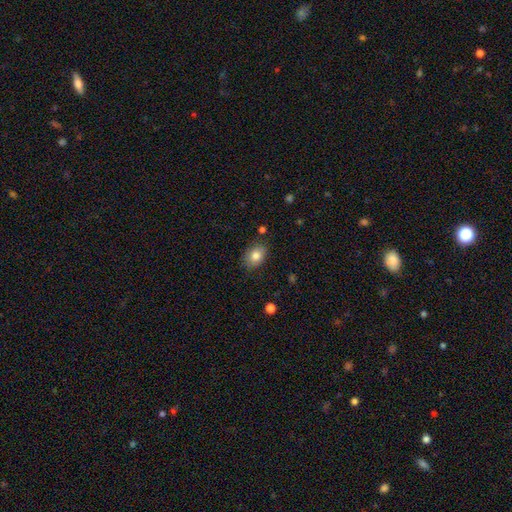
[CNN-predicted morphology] A smooth galaxy with no disk features (82%) that is in between round and cigar-shaped (75%). Merging: none (82%).